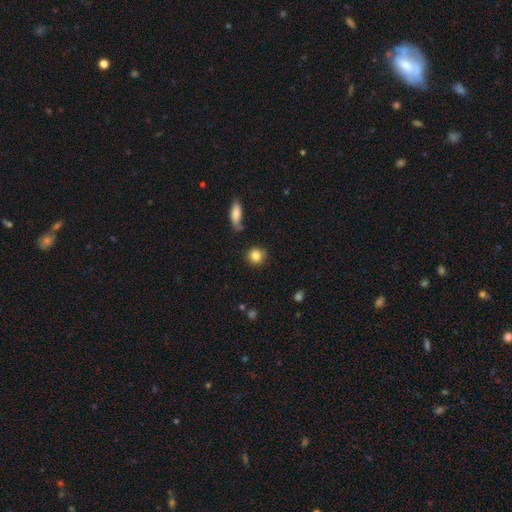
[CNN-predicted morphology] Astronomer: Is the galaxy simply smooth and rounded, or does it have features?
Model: smooth — 84%.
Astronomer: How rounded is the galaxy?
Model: round — 89%.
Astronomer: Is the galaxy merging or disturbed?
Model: none — 83%.